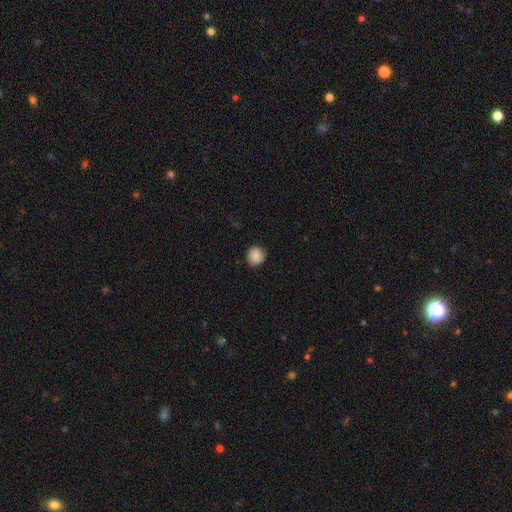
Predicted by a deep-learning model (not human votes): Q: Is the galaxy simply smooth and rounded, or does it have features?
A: smooth — 85%.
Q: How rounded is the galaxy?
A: round — 85%.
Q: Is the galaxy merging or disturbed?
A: none — 84%.